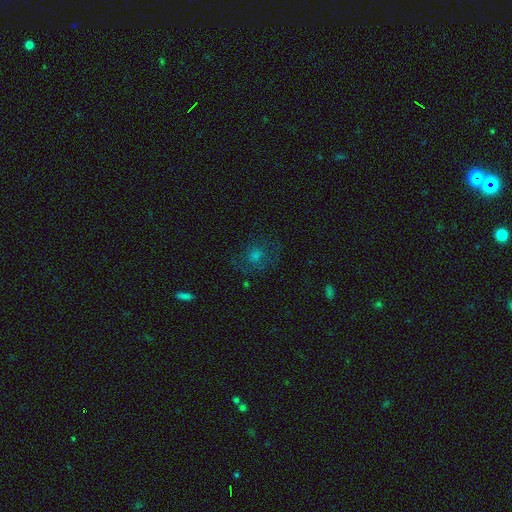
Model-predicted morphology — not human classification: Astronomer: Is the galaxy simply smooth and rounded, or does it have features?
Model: smooth — 44% (runner-up: star or artifact, 30%).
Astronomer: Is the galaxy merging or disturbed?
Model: none — 70%.